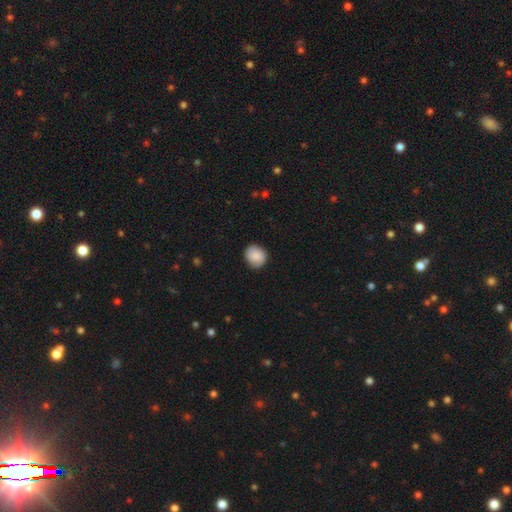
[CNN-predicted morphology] Smooth or featured?
  - smooth: 87% *
  - star or artifact: 7%
  - featured or disk: 7%
How rounded?
  - round: 76% *
  - in between: 23%
  - cigar-shaped: 1%
Merging?
  - none: 85% *
  - minor disturbance: 12%
  - major disturbance: 2%
  - merger: 1%